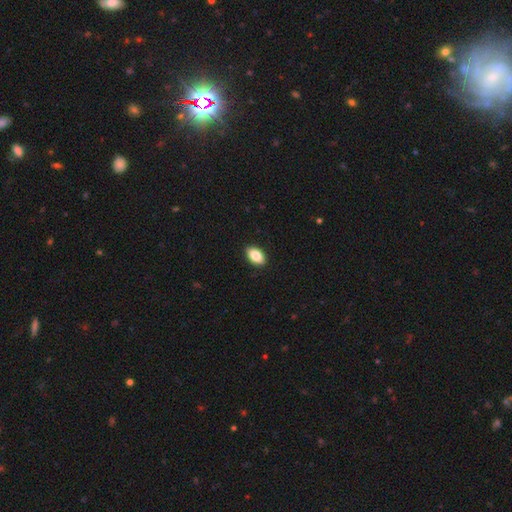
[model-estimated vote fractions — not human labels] This is clearly a smooth galaxy (84%). How rounded: clearly in between (91%). Merging: clearly none (91%).